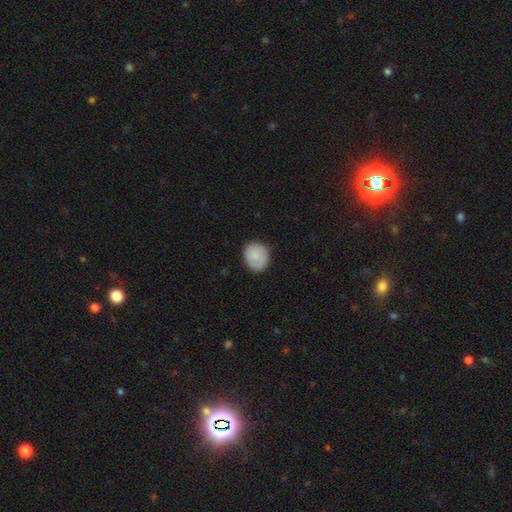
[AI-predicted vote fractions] Q: Smooth or featured?
A: smooth (76%); runner-up: featured or disk (18%)
Q: How rounded?
A: round (72%); runner-up: in between (27%)
Q: Merging?
A: none (81%); runner-up: minor disturbance (15%)